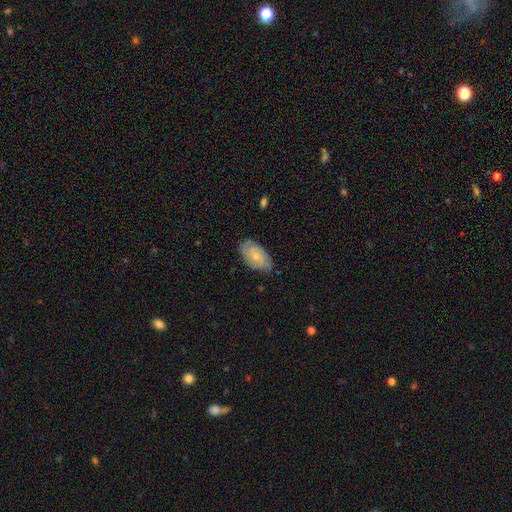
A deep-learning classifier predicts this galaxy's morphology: Overall: smooth (62%; featured or disk 32%). How rounded: in between (93%). Merging: none (71%).